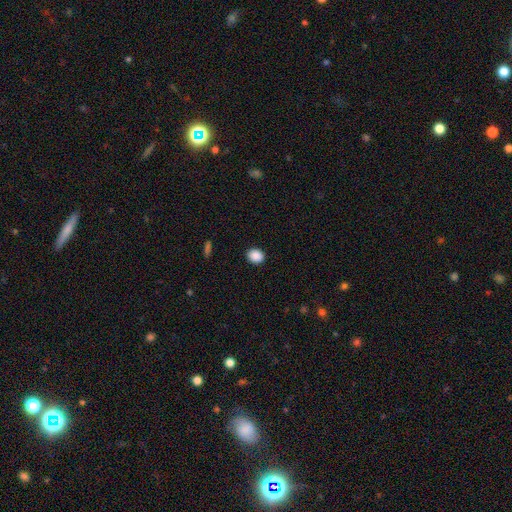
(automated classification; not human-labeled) Smooth or featured?
  - smooth: 89% *
  - star or artifact: 8%
  - featured or disk: 2%
How rounded?
  - round: 63% *
  - in between: 36%
  - cigar-shaped: 1%
Merging?
  - none: 91% *
  - minor disturbance: 6%
  - major disturbance: 2%
  - merger: 1%